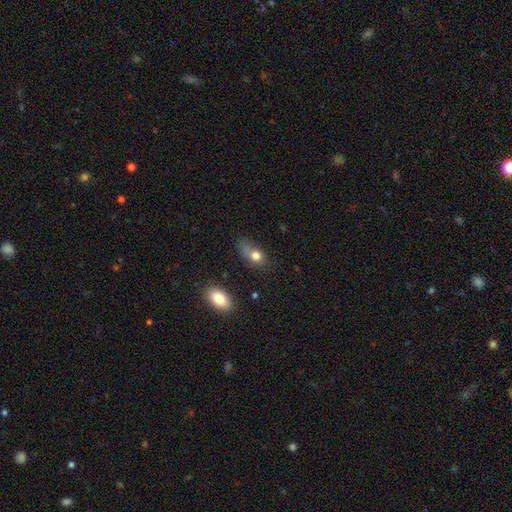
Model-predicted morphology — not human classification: Overall: smooth (78%). How rounded: in between (66%; round 29%). Merging: none (37%; minor disturbance 29%).